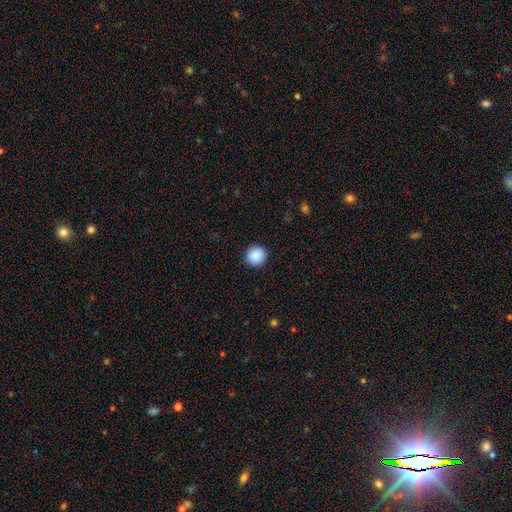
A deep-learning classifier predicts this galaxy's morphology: Smooth or featured: smooth — 89% (star or artifact — 8%)
How rounded: round — 93% (in between — 7%)
Merging: none — 91% (minor disturbance — 6%)